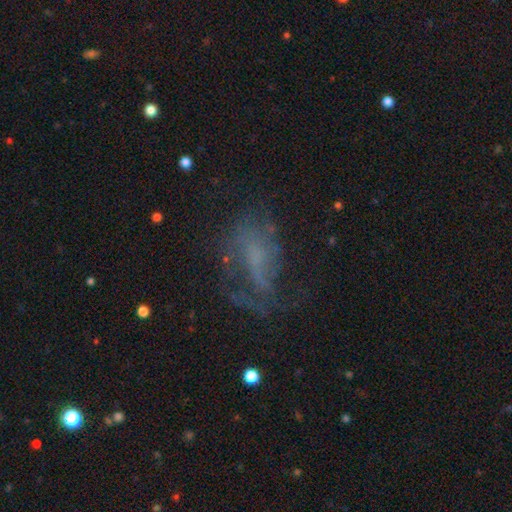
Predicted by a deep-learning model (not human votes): This appears to be a featured or disk galaxy (53%). Merging: none (44%).